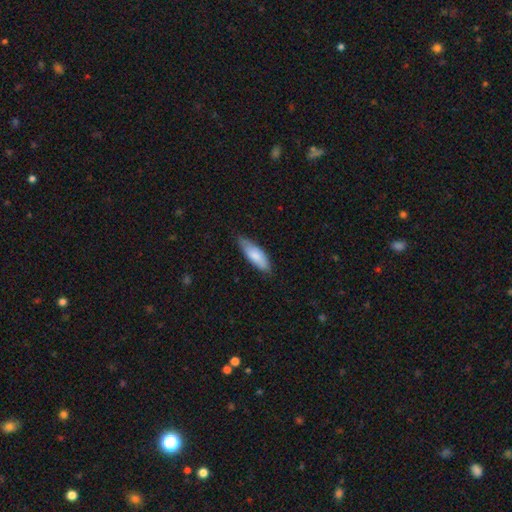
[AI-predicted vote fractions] Smooth or featured: smooth — 80% (featured or disk — 15%)
How rounded: in between — 61% (cigar-shaped — 37%)
Merging: none — 72% (minor disturbance — 23%)